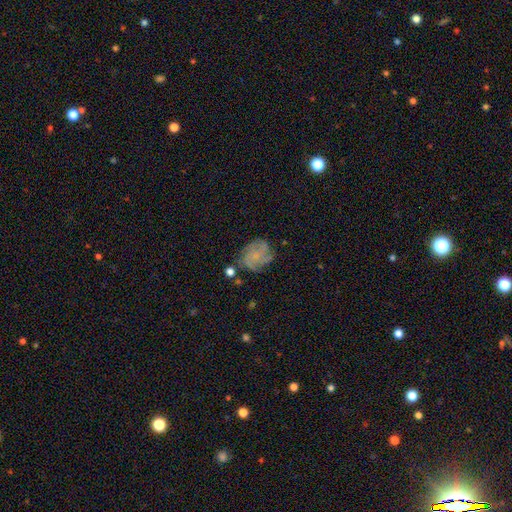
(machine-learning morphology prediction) Smooth or featured: featured or disk — 63% (smooth — 27%)
Edge-on disk: no — 98% (yes — 2%)
Bar: no — 76% (weak — 21%)
Spiral arms: yes — 88% (no — 12%)
Spiral winding: tight — 45% (medium — 38%)
Spiral arm count: can't tell — 28% (tied with 3 — 28%)
Bulge size: small — 49% (none — 35%)
Merging: none — 66% (minor disturbance — 21%)